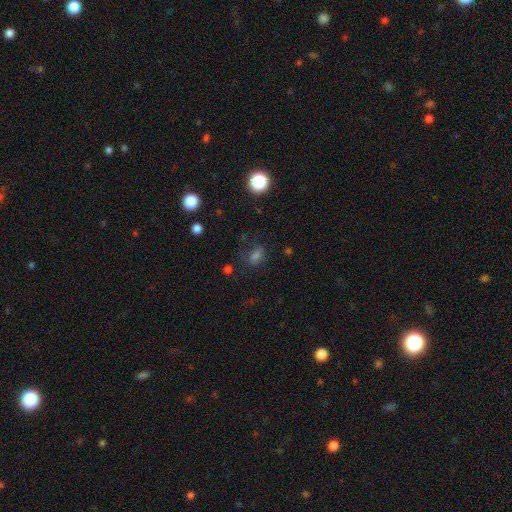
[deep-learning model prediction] smooth_or_featured: smooth (p=0.61) [alt: star or artifact p=0.27]
how_rounded: in between (p=0.63) [alt: round p=0.35]
merging: none (p=0.66) [alt: minor disturbance p=0.19]